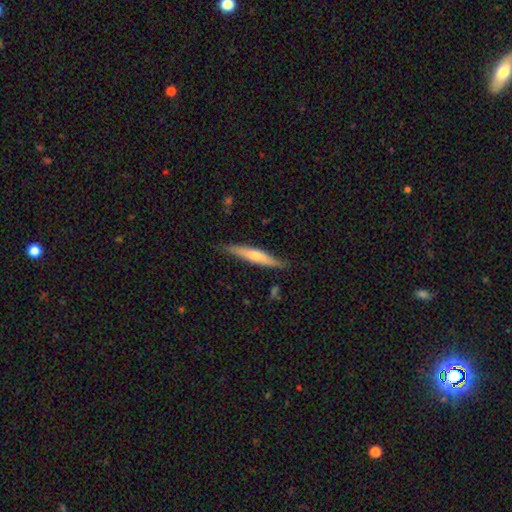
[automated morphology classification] A smooth galaxy with no disk features (53%) that is cigar-shaped (91%). Merging: none (83%).